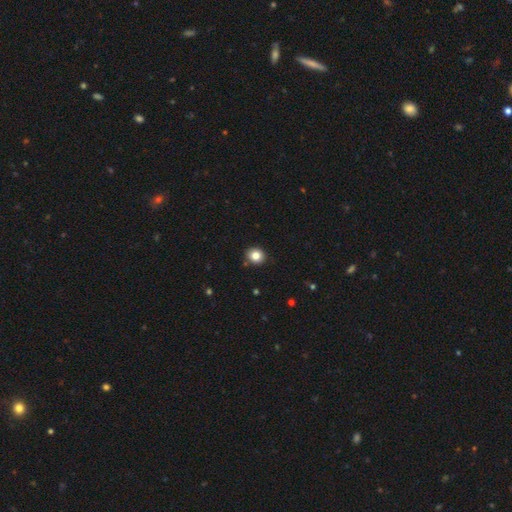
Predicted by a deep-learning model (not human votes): smooth 83%, star or artifact 11%, featured or disk 6%. Down the decision tree: how rounded — round (77%); merging — none (90%).